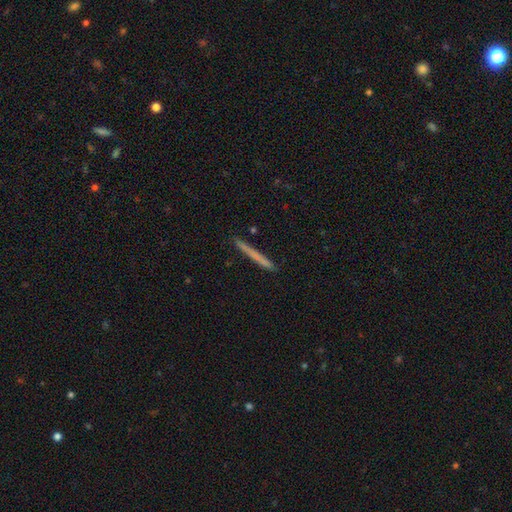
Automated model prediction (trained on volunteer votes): smooth-or-featured: smooth: 62% | featured or disk: 32% | star or artifact: 6%
  how-rounded: cigar-shaped: 97% | in between: 2% | round: 1%
  merging: none: 91% | minor disturbance: 7% | major disturbance: 1% | merger: 1%